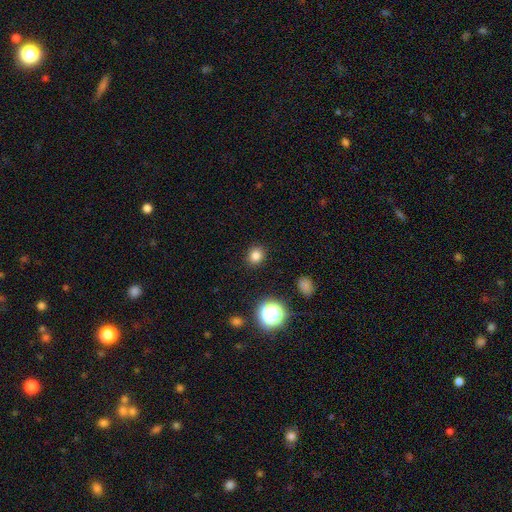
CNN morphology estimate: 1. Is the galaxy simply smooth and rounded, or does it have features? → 80% smooth, 15% star or artifact, 5% featured or disk.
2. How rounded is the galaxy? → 80% round, 19% in between, 1% cigar-shaped.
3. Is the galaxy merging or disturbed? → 90% none, 6% minor disturbance, 2% major disturbance, 1% merger.